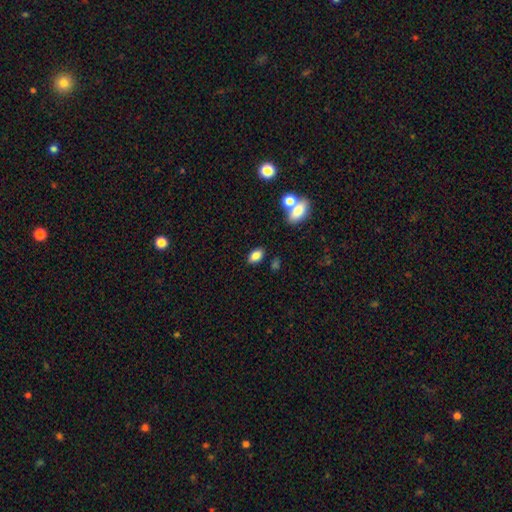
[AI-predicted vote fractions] A smooth galaxy with no disk features (84%) that is in between round and cigar-shaped (89%).

Vote fractions:
- Smooth or featured? smooth: 84% / star or artifact: 9% / featured or disk: 7%
- How rounded? in between: 89% / round: 9% / cigar-shaped: 2%
- Merging? none: 80% / minor disturbance: 10% / merger: 7% / major disturbance: 3%